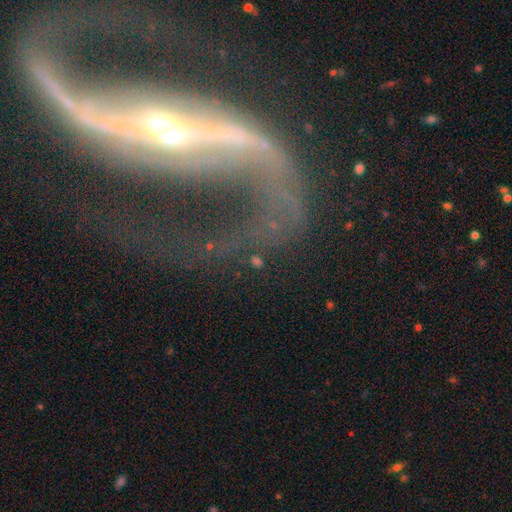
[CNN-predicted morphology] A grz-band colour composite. It shows a featured or disk galaxy (61%). Merging: none (44%).